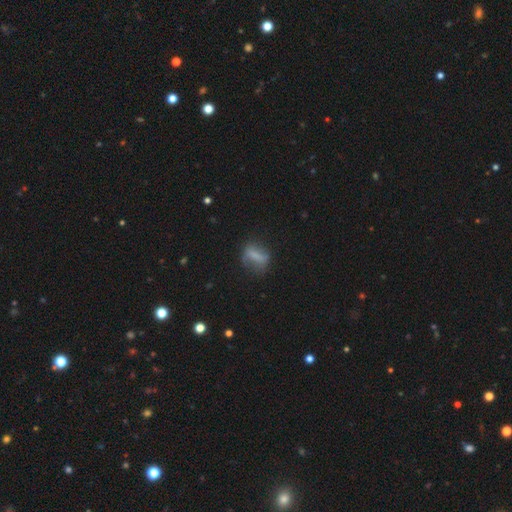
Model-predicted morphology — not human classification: This is possibly a smooth galaxy (58%). How rounded: possibly in between (60%). Merging: possibly none (57%).